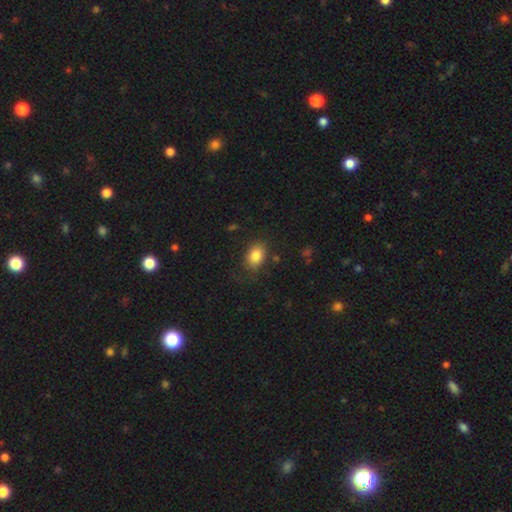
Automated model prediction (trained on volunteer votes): A smooth galaxy with no disk features (83%) that is in between round and cigar-shaped (77%). Merging: none (79%).